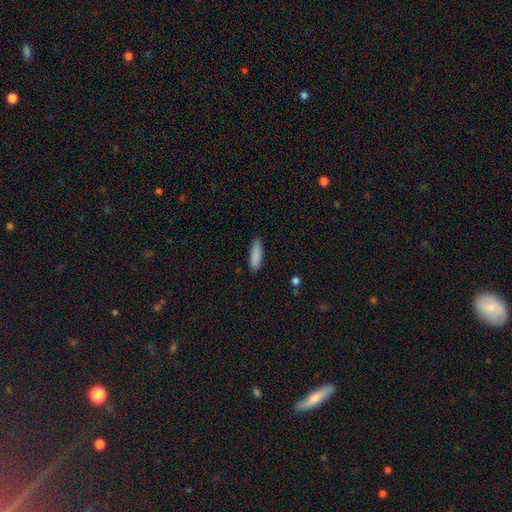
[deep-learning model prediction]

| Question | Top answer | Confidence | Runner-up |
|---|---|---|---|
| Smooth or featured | smooth | 88% | star or artifact (6%) |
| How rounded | cigar-shaped | 53% | in between (45%) |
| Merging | none | 84% | minor disturbance (13%) |